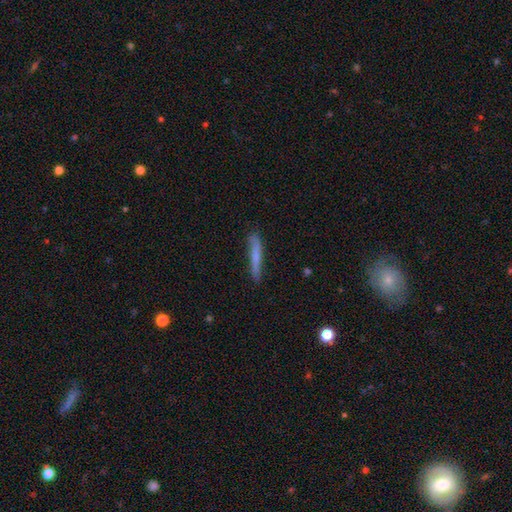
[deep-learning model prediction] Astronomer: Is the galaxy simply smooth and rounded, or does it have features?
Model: smooth — 64%.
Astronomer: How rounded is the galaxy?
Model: cigar-shaped — 95%.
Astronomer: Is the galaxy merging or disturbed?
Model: none — 79%.